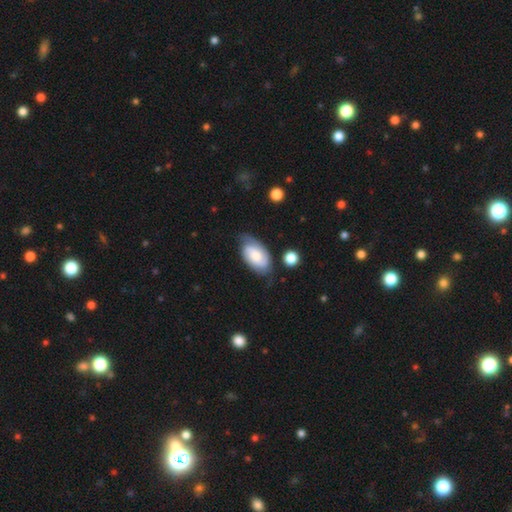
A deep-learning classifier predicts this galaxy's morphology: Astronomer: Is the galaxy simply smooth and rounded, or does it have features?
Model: featured or disk — 53% (runner-up: smooth, 40%).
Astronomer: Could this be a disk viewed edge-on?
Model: no — 94%.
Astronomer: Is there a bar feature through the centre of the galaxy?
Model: no — 61%.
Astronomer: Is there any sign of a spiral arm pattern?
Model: yes — 88%.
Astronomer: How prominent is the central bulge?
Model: moderate — 46% (runner-up: small, 31%).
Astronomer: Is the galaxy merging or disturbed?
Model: none — 63%.